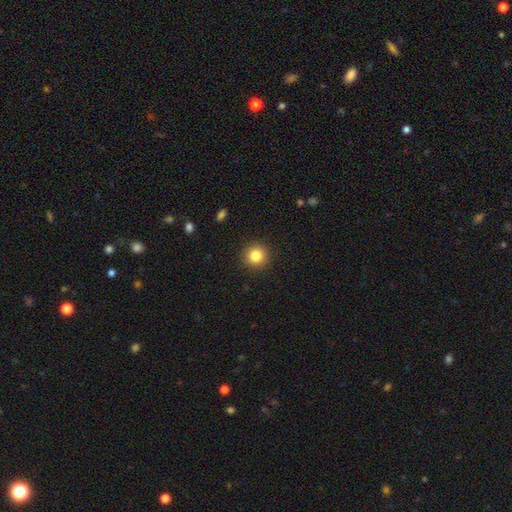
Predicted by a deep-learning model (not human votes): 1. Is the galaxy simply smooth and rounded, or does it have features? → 83% smooth, 11% star or artifact, 6% featured or disk.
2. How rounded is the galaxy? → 95% round, 5% in between, 1% cigar-shaped.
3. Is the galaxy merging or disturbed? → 92% none, 5% minor disturbance, 2% major disturbance, 1% merger.